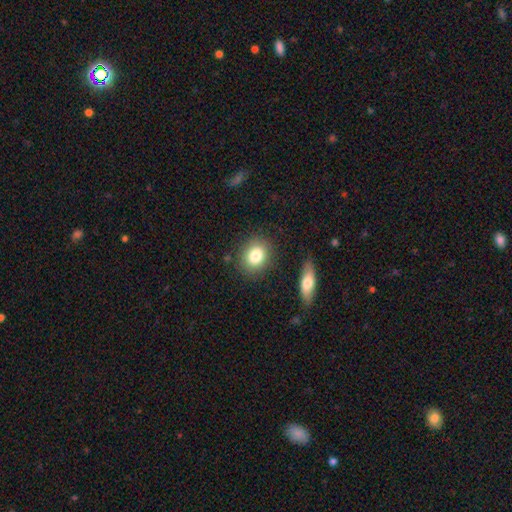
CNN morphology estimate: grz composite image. It shows a smooth galaxy with no disk features (82%) that is round (56%). Merging: none (82%).